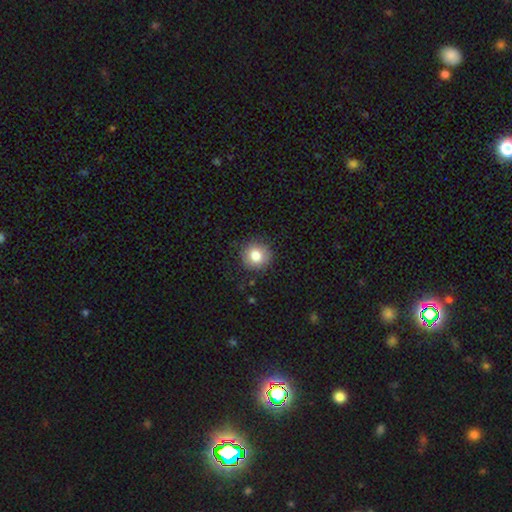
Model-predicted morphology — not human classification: A smooth galaxy with no disk features (81%) that is round (92%). Merging: none (88%).